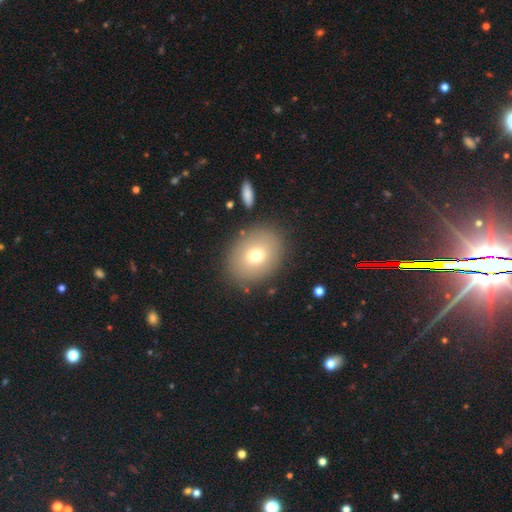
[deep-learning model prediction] This is likely a smooth galaxy (72%). How rounded: possibly in between (52%). Merging: clearly none (84%).